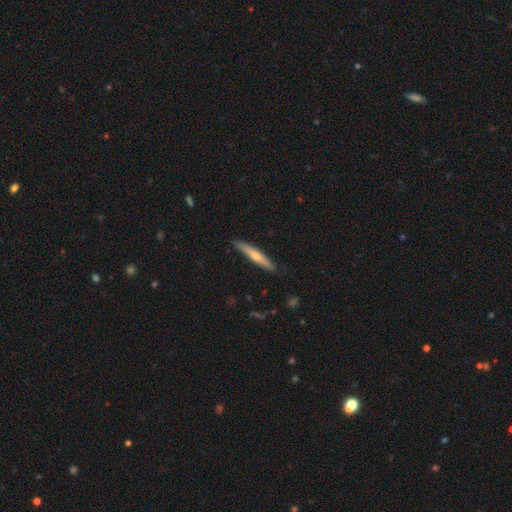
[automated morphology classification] Q: Smooth or featured?
A: smooth (53%); runner-up: featured or disk (41%)
Q: How rounded?
A: cigar-shaped (93%); runner-up: in between (6%)
Q: Merging?
A: none (87%); runner-up: minor disturbance (10%)